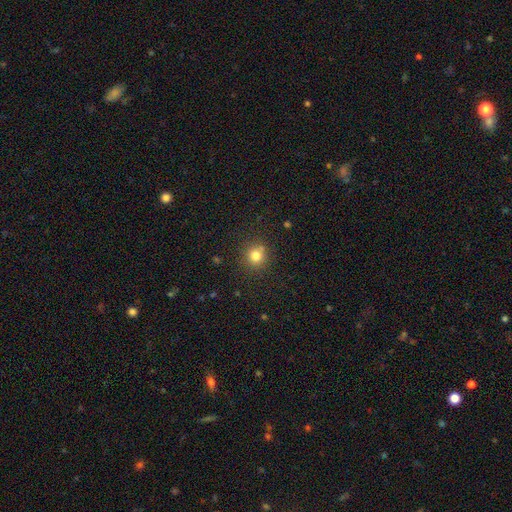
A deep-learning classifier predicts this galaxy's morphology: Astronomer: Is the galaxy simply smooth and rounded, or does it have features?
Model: smooth — 79%.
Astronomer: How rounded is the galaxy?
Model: round — 90%.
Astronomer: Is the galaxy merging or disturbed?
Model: none — 80%.